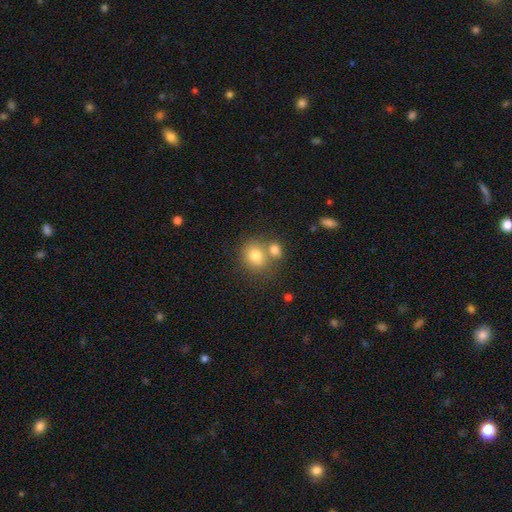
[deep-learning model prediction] Smooth or featured?
  - smooth: 79% *
  - featured or disk: 11%
  - star or artifact: 10%
How rounded?
  - round: 66% *
  - in between: 33%
  - cigar-shaped: 1%
Merging?
  - none: 49% *
  - merger: 36%
  - minor disturbance: 11%
  - major disturbance: 4%